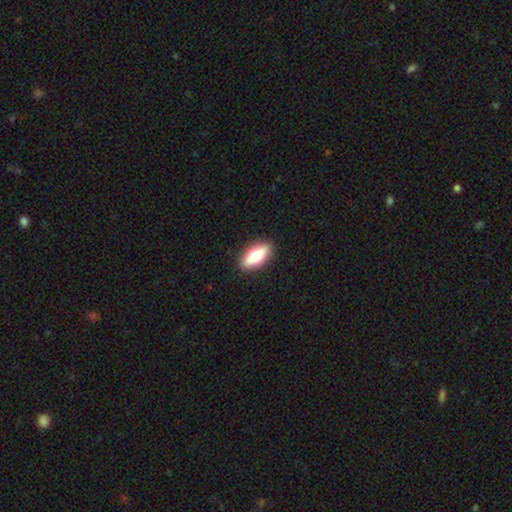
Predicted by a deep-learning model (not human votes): Q: Smooth or featured?
A: smooth (71%); runner-up: featured or disk (23%)
Q: How rounded?
A: in between (71%); runner-up: cigar-shaped (26%)
Q: Merging?
A: none (89%); runner-up: minor disturbance (8%)